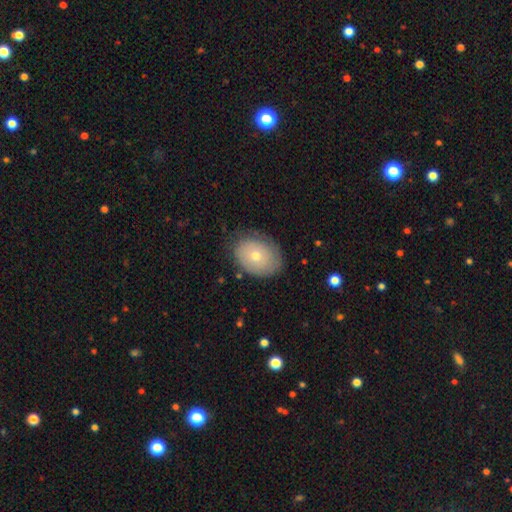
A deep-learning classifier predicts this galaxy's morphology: smooth_or_featured: smooth (p=0.60) [alt: featured or disk p=0.32]
how_rounded: in between (p=0.71) [alt: round p=0.28]
merging: none (p=0.76) [alt: minor disturbance p=0.18]